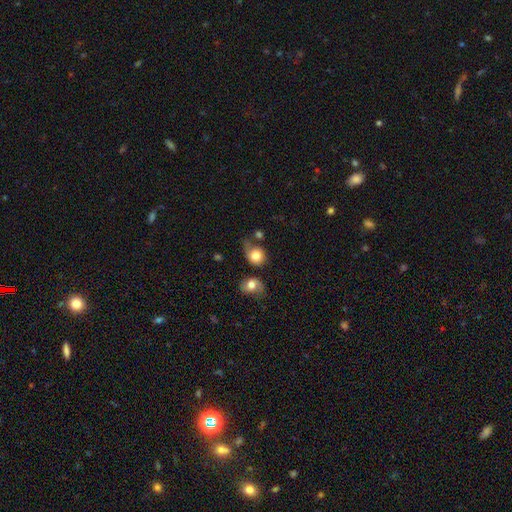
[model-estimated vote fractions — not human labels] smooth-or-featured: smooth: 80% | featured or disk: 11% | star or artifact: 9%
  how-rounded: round: 67% | in between: 32% | cigar-shaped: 1%
  merging: none: 39% | minor disturbance: 28% | major disturbance: 19% | merger: 14%